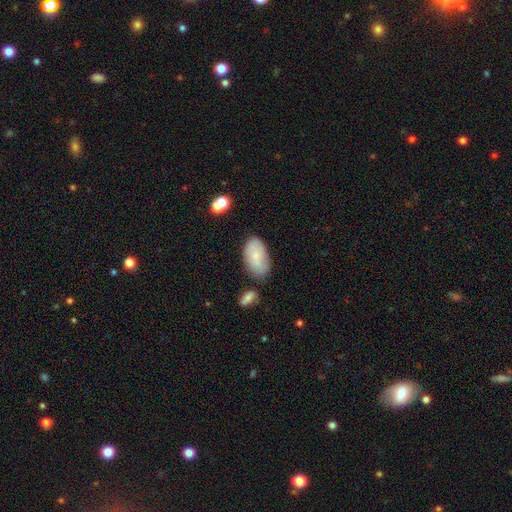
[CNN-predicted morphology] smooth-or-featured: smooth: 76% | featured or disk: 17% | star or artifact: 7%
  how-rounded: in between: 95% | round: 4% | cigar-shaped: 2%
  merging: none: 71% | minor disturbance: 18% | merger: 7% | major disturbance: 4%